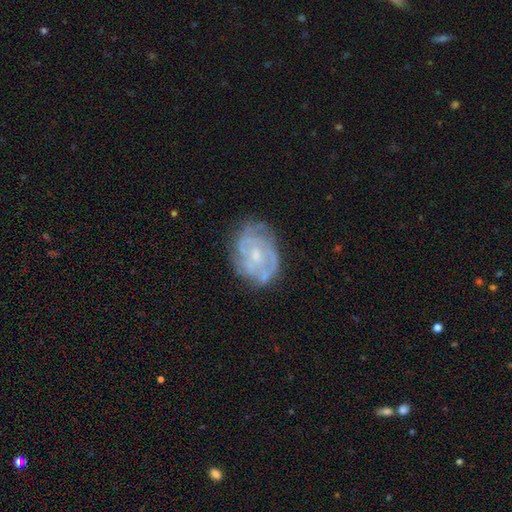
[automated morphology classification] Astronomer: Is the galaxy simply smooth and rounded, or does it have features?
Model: featured or disk — 75%.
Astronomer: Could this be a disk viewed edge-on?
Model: no — 97%.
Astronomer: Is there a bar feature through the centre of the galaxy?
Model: no — 65%.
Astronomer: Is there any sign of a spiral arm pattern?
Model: yes — 81%.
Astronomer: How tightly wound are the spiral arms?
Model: tight — 58%.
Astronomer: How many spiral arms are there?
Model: can't tell — 42% (runner-up: 2, 26%).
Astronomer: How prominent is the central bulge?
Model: small — 59%.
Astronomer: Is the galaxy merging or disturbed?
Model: none — 70%.